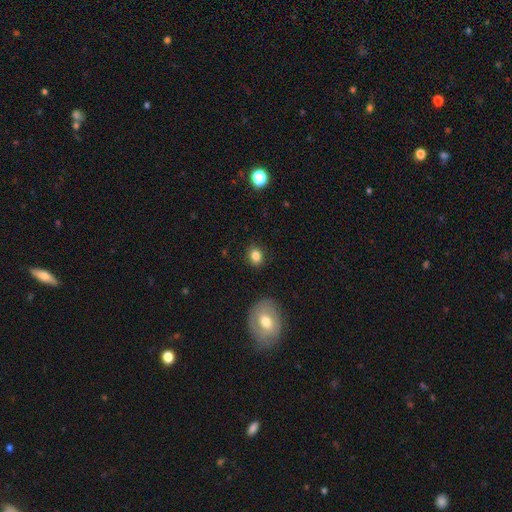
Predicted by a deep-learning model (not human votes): smooth-or-featured: smooth: 83% | star or artifact: 10% | featured or disk: 7%
  how-rounded: round: 55% | in between: 44% | cigar-shaped: 1%
  merging: none: 88% | minor disturbance: 9% | major disturbance: 2% | merger: 1%